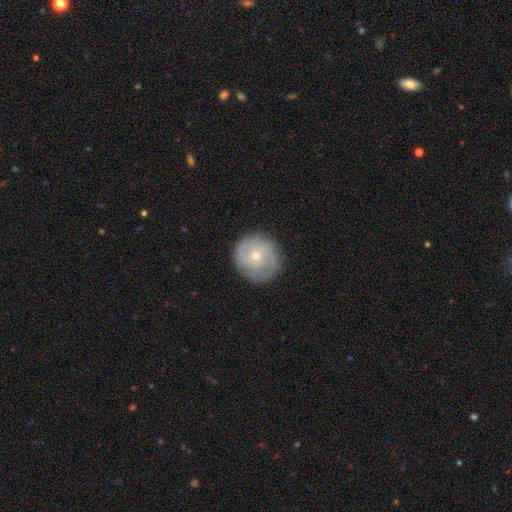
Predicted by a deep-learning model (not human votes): This appears to be a featured or disk galaxy (70%) with no bar (76%), 2 (35%) tight (62%) spiral arms (92%) and a small central bulge (70%). Merging: none (84%).